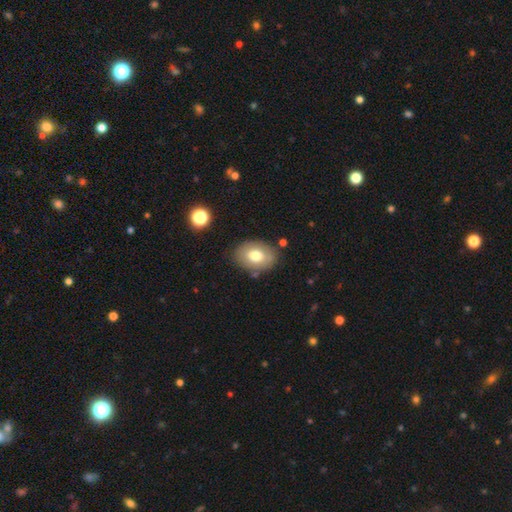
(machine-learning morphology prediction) Smooth or featured? smooth (72%)
How rounded? in between (74%)
Merging? none (80%)